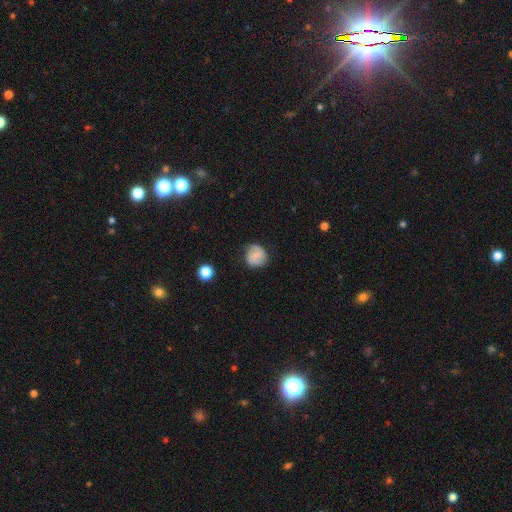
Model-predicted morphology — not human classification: smooth_or_featured: smooth (p=0.65) [alt: featured or disk p=0.26]
how_rounded: round (p=0.84) [alt: in between p=0.15]
merging: none (p=0.72) [alt: minor disturbance p=0.21]